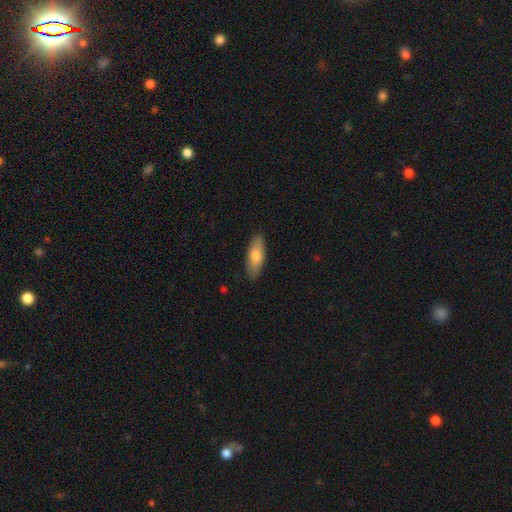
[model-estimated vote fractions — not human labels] smooth_or_featured: smooth (p=0.76) [alt: featured or disk p=0.18]
how_rounded: in between (p=0.70) [alt: cigar-shaped p=0.27]
merging: none (p=0.87) [alt: minor disturbance p=0.10]